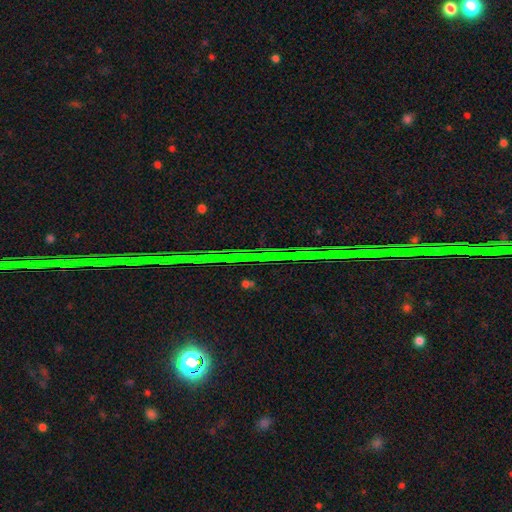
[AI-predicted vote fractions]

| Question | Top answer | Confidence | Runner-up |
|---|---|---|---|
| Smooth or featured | star or artifact | 85% | featured or disk (8%) |